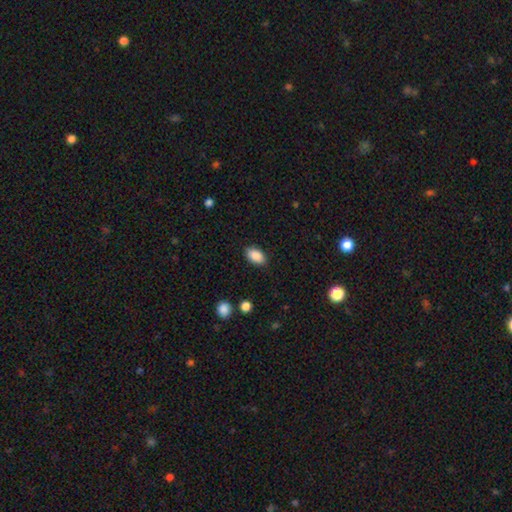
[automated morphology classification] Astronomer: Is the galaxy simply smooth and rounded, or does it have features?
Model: smooth — 89%.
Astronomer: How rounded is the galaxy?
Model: in between — 91%.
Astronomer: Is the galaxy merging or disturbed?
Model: none — 87%.